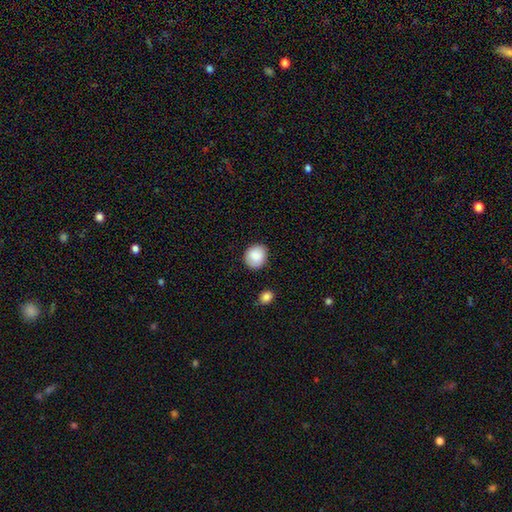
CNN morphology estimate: smooth-or-featured: smooth: 87% | star or artifact: 7% | featured or disk: 5%
  how-rounded: round: 72% | in between: 27% | cigar-shaped: 1%
  merging: none: 86% | minor disturbance: 10% | major disturbance: 2% | merger: 2%